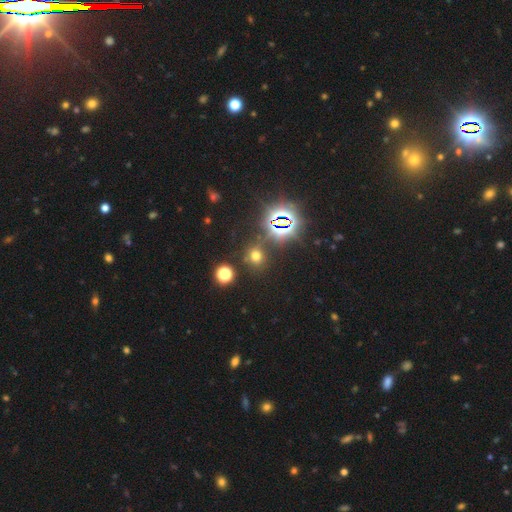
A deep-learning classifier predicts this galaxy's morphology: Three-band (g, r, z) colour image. It shows a star or artifact, not a galaxy (79%).